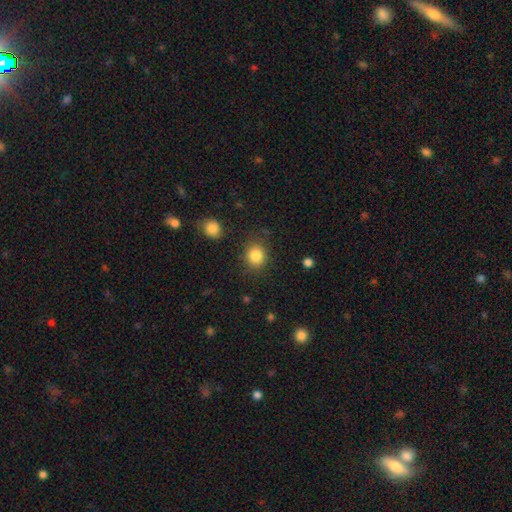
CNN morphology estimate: This is clearly a smooth galaxy (85%). How rounded: likely round (77%). Merging: clearly none (84%).